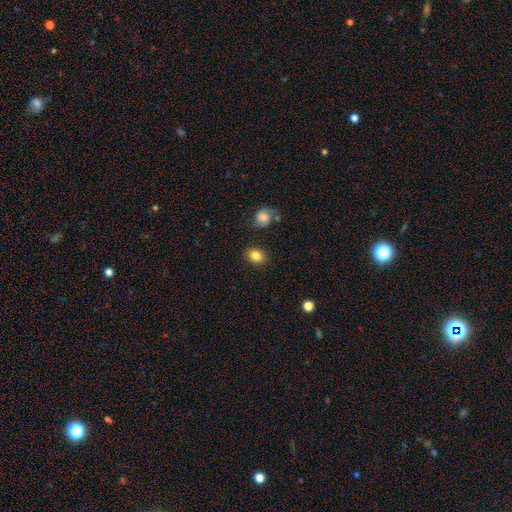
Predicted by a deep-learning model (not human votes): Overall: smooth (84%). How rounded: in between (60%; round 39%). Merging: none (86%).